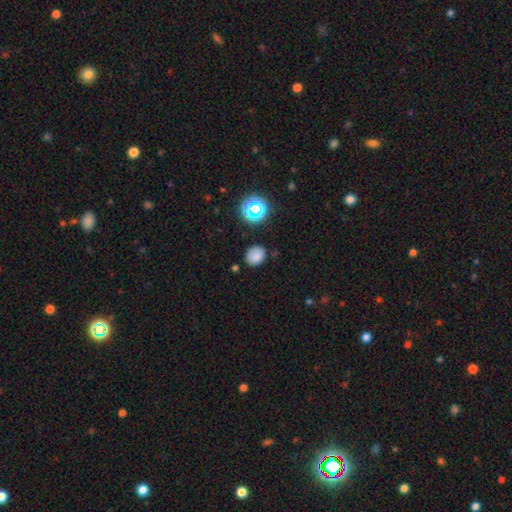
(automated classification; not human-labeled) Smooth or featured? smooth (77%)
How rounded? round (54%)
Merging? none (79%)